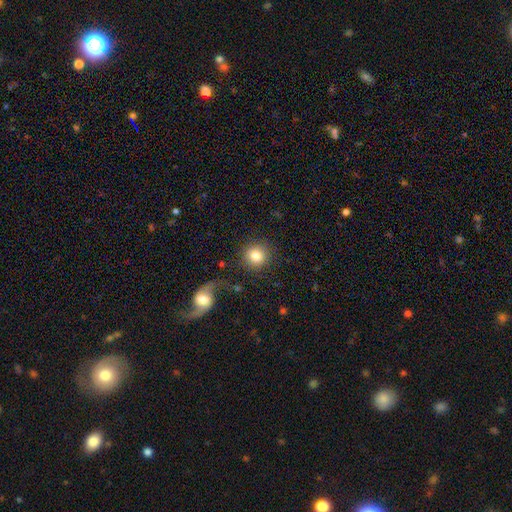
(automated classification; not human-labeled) The model was most divided on "merging": none: 81%, minor disturbance: 8%, merger: 6%, major disturbance: 5%. More confident: how rounded — round (90%); smooth or featured — smooth (83%).